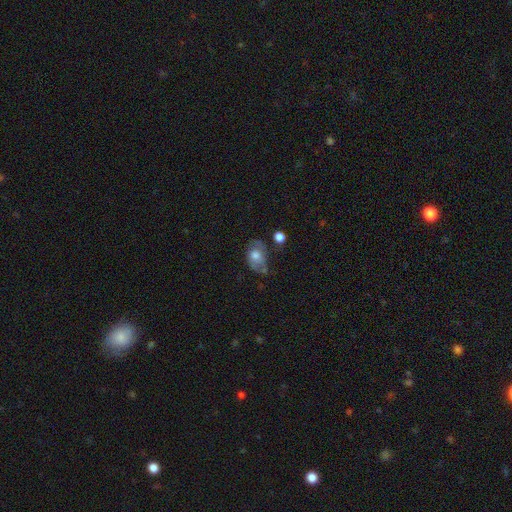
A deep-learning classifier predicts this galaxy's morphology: Smooth or featured: smooth — 51% (featured or disk — 41%)
How rounded: in between — 74% (round — 24%)
Merging: none — 46% (minor disturbance — 29%)